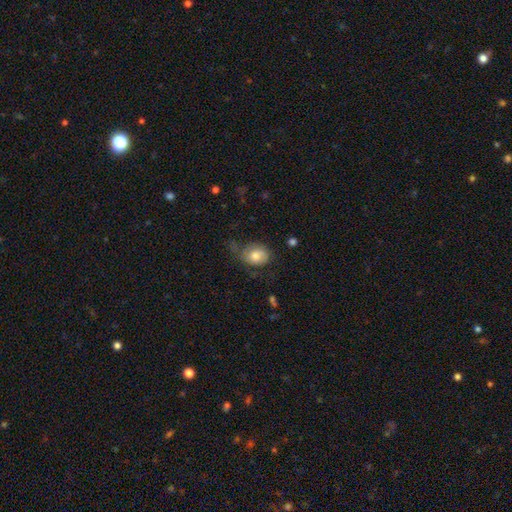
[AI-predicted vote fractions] Smooth or featured? Predicted: smooth (p=0.77). How rounded? Predicted: in between (p=0.60). Merging? Predicted: none (p=0.51).